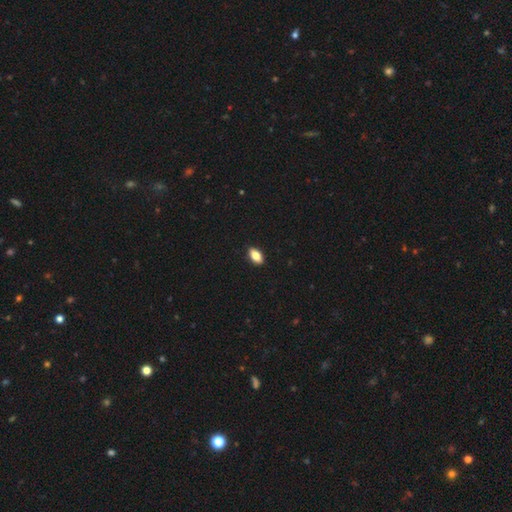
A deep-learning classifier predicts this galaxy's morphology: Smooth or featured?
  - smooth: 79% *
  - featured or disk: 14%
  - star or artifact: 8%
How rounded?
  - in between: 89% *
  - cigar-shaped: 6%
  - round: 5%
Merging?
  - none: 89% *
  - minor disturbance: 8%
  - major disturbance: 2%
  - merger: 1%